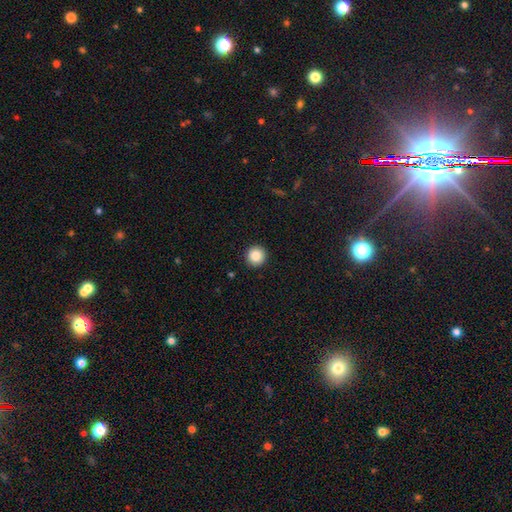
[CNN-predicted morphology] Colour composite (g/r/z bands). It shows a smooth galaxy with no disk features (86%) that is round (96%). Merging: none (93%).